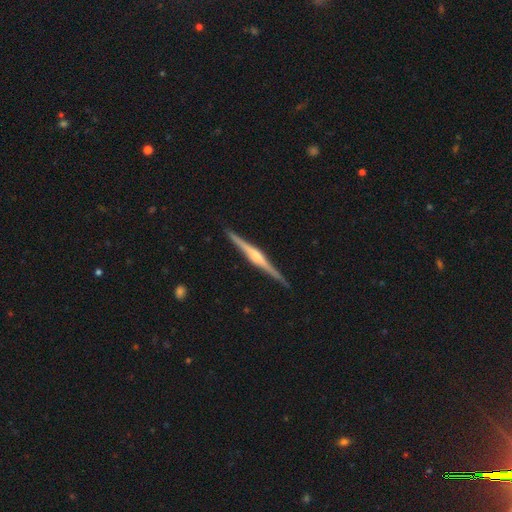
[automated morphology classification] featured or disk 84%, smooth 12%, star or artifact 5%. Down the decision tree: edge-on disk — yes (98%); edge-on bulge — rounded (75%); merging — none (90%).